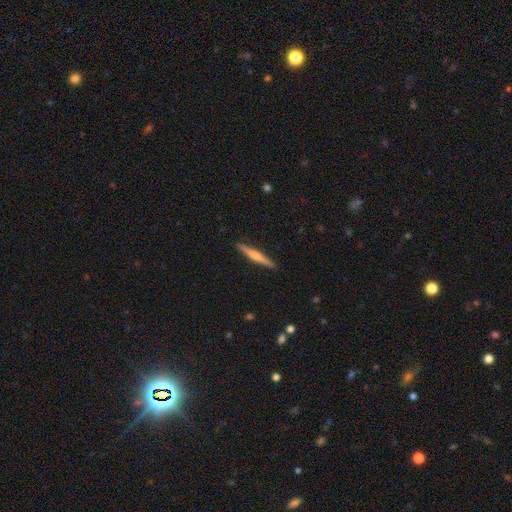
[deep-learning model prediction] Morphology: type=featured or disk (56%); edge-on=yes (98%); edge-on bulge=rounded (69%); merging=none (92%).